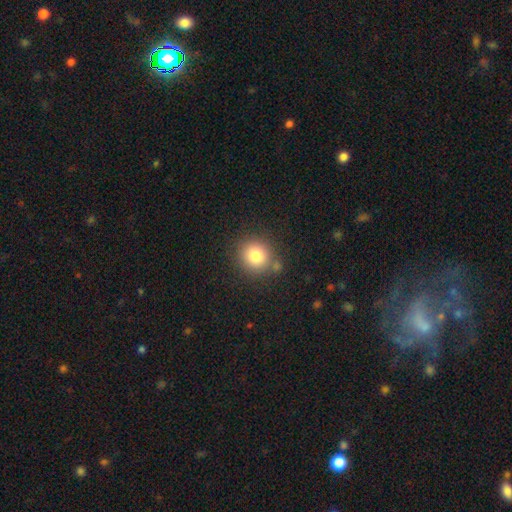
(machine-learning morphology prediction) smooth_or_featured: smooth (p=0.81) [alt: star or artifact p=0.11]
how_rounded: round (p=0.89) [alt: in between p=0.10]
merging: none (p=0.80) [alt: minor disturbance p=0.10]